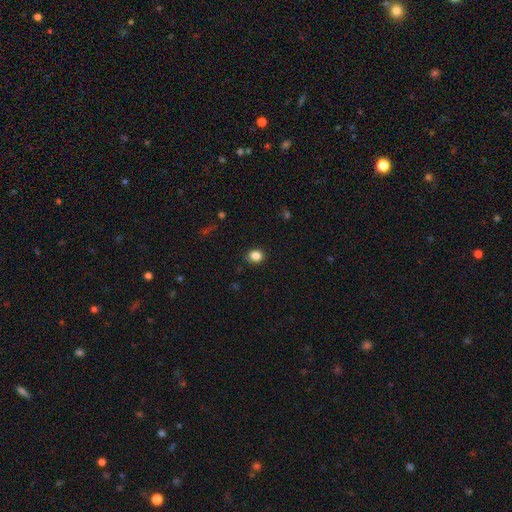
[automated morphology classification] smooth_or_featured: smooth (p=0.85) [alt: star or artifact p=0.11]
how_rounded: round (p=0.64) [alt: in between p=0.35]
merging: none (p=0.88) [alt: minor disturbance p=0.09]